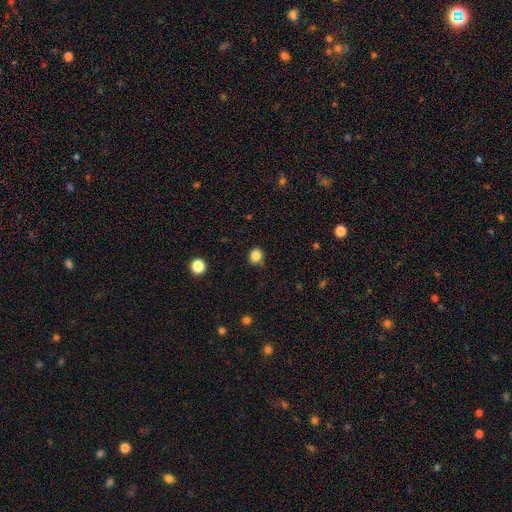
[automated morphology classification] smooth_or_featured: smooth (p=0.84) [alt: star or artifact p=0.11]
how_rounded: round (p=0.73) [alt: in between p=0.26]
merging: none (p=0.80) [alt: minor disturbance p=0.15]